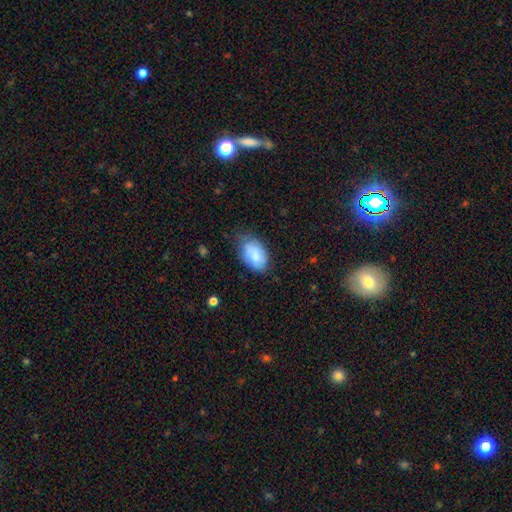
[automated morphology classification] The model was most divided on "merging": none: 59%, minor disturbance: 31%, major disturbance: 8%, merger: 2%. More confident: how rounded — in between (91%); smooth or featured — smooth (82%).